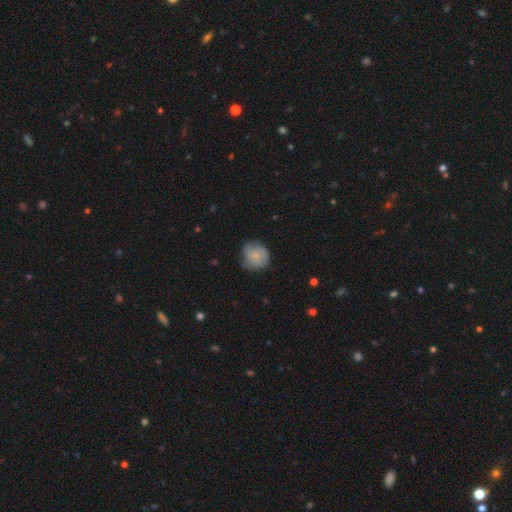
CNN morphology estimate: Smooth or featured?
  - smooth: 53% *
  - featured or disk: 40%
  - star or artifact: 7%
How rounded?
  - round: 81% *
  - in between: 18%
  - cigar-shaped: 1%
Merging?
  - none: 59% *
  - minor disturbance: 30%
  - major disturbance: 9%
  - merger: 2%